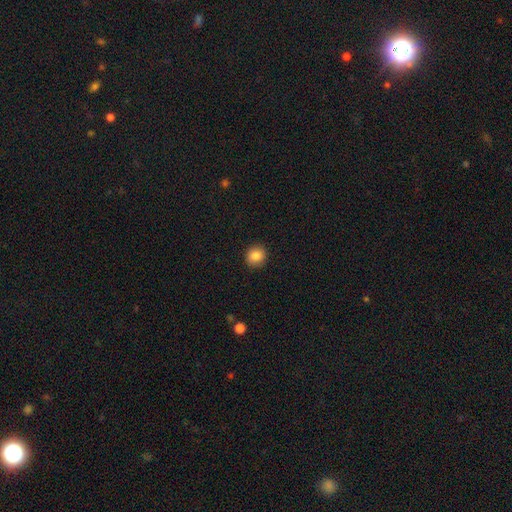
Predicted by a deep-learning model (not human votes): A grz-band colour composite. It shows a smooth galaxy with no disk features (86%) that is round (87%). Merging: none (91%).